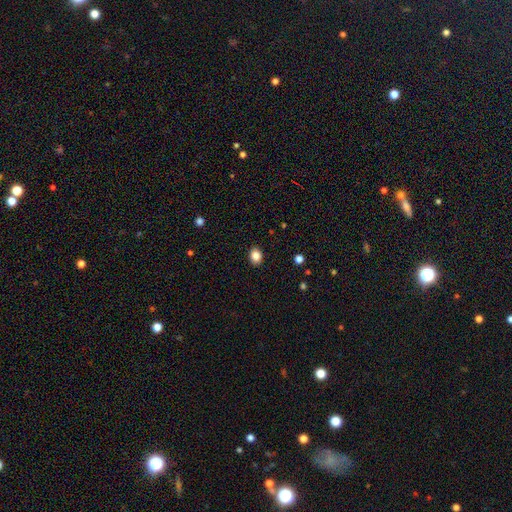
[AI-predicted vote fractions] This appears to be a smooth galaxy with no disk features (86%) that is in between round and cigar-shaped (54%). Merging: none (91%).